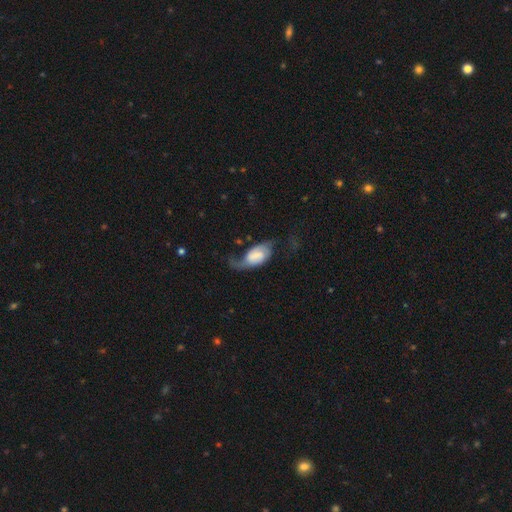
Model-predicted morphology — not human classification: Smooth or featured: featured or disk — 60% (smooth — 33%)
Edge-on disk: no — 96% (yes — 4%)
Bar: weak — 45% (no — 39%)
Spiral arms: yes — 87% (no — 13%)
Spiral winding: loose — 59% (medium — 29%)
Spiral arm count: 2 — 70% (1 — 21%)
Bulge size: small — 35% (moderate — 26%)
Merging: major disturbance — 40% (none — 32%)